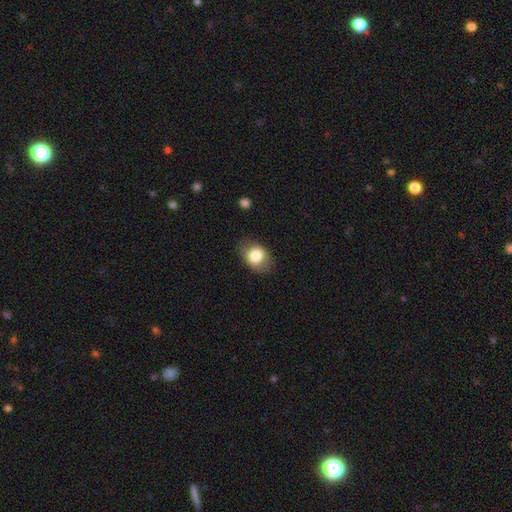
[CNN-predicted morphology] A smooth galaxy with no disk features (78%) that is in between round and cigar-shaped (65%).

Vote fractions:
- Smooth or featured? smooth: 78% / featured or disk: 14% / star or artifact: 8%
- How rounded? in between: 65% / round: 33% / cigar-shaped: 1%
- Merging? none: 76% / minor disturbance: 17% / major disturbance: 6% / merger: 1%